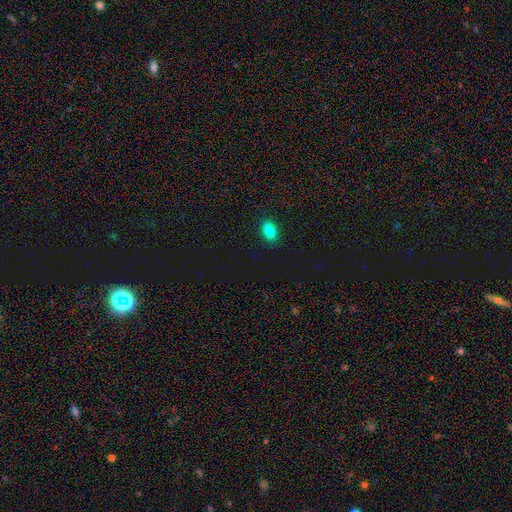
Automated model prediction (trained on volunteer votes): smooth_or_featured: smooth (p=0.83) [alt: star or artifact p=0.13]
how_rounded: in between (p=0.85) [alt: round p=0.13]
merging: none (p=0.90) [alt: minor disturbance p=0.07]